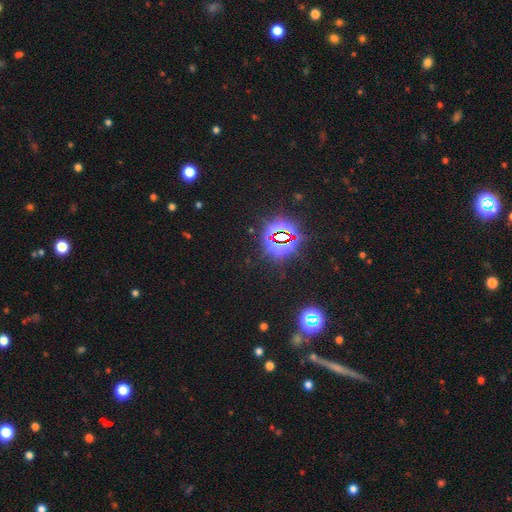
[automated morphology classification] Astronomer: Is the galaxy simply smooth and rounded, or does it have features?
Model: star or artifact — 79%.